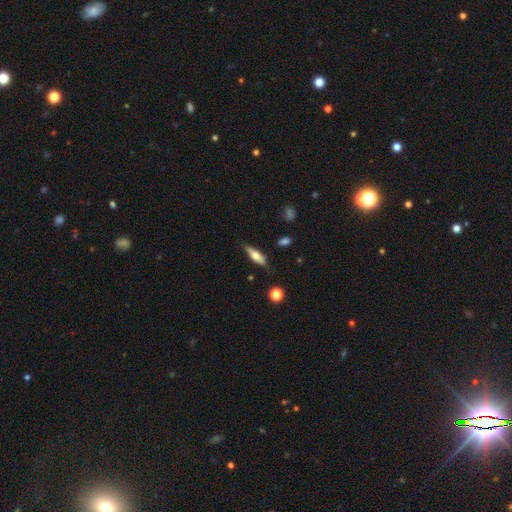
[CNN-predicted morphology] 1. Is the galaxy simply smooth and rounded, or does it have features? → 48% featured or disk, 45% smooth, 7% star or artifact.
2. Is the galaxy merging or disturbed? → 78% none, 16% minor disturbance, 3% major disturbance, 2% merger.